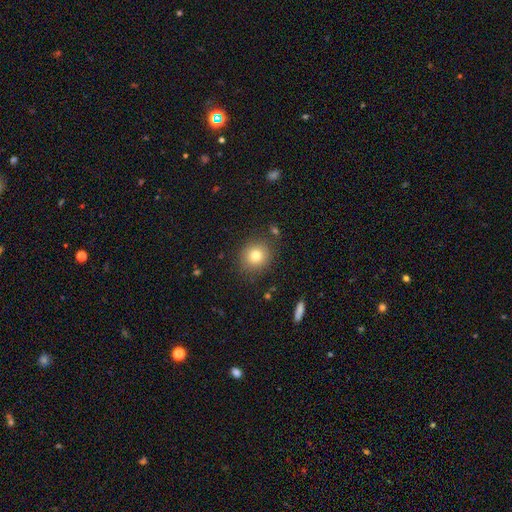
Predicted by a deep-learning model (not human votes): smooth-or-featured: smooth: 78% | star or artifact: 12% | featured or disk: 10%
  how-rounded: round: 87% | in between: 12% | cigar-shaped: 1%
  merging: none: 85% | minor disturbance: 9% | major disturbance: 3% | merger: 2%